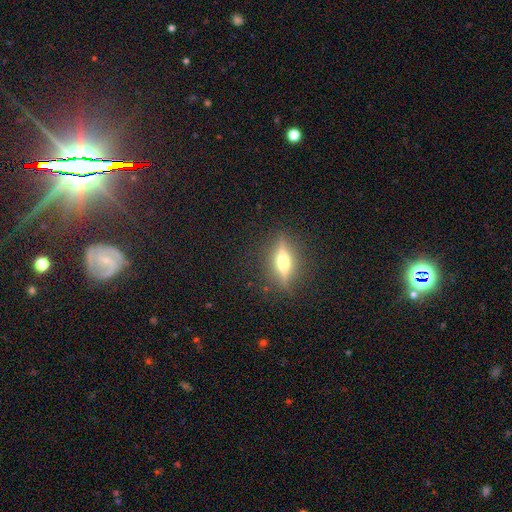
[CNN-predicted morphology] Smooth or featured? Predicted: smooth (p=0.35, tied with featured or disk). Merging? Predicted: none (p=0.86).